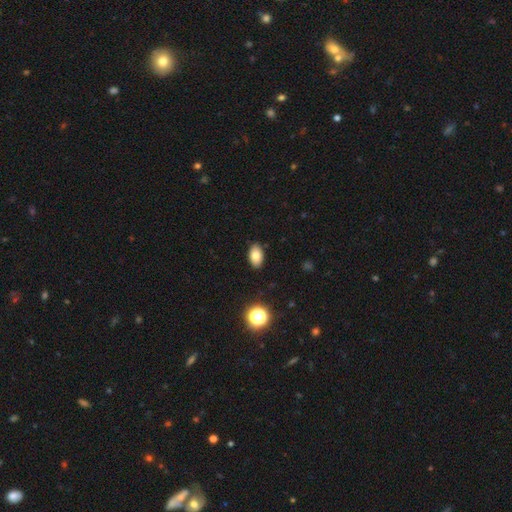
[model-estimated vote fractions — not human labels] Smooth or featured? smooth (81%)
How rounded? in between (90%)
Merging? none (88%)